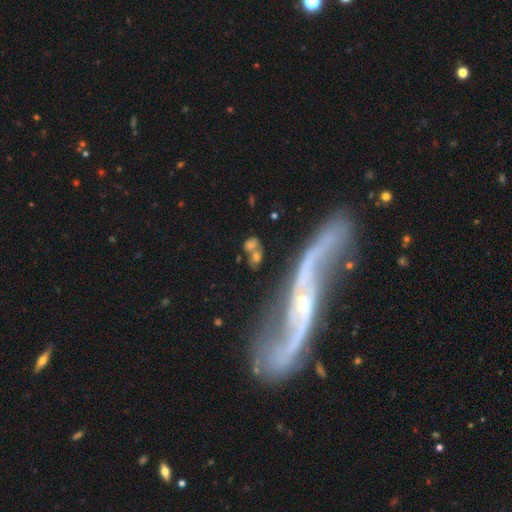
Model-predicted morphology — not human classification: The model was most divided on "smooth or featured": featured or disk: 54%, smooth: 34%, star or artifact: 12%. Remaining: edge-on disk — no (76%); merging — none (50%).